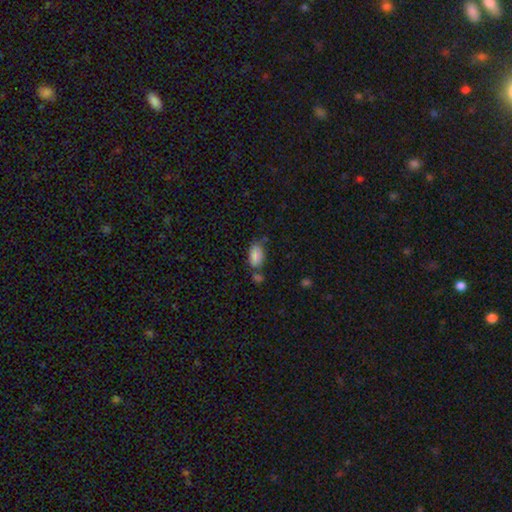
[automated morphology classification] Smooth or featured?
  - smooth: 85% *
  - star or artifact: 8%
  - featured or disk: 7%
How rounded?
  - in between: 93% *
  - round: 5%
  - cigar-shaped: 2%
Merging?
  - none: 51% *
  - minor disturbance: 24%
  - merger: 17%
  - major disturbance: 8%